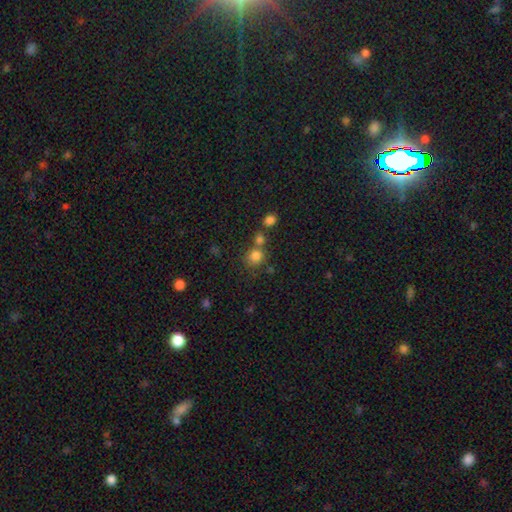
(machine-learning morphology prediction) A smooth galaxy with no disk features (80%) that is round (84%).

Vote fractions:
- Smooth or featured? smooth: 80% / star or artifact: 14% / featured or disk: 7%
- How rounded? round: 84% / in between: 15% / cigar-shaped: 1%
- Merging? none: 60% / merger: 26% / minor disturbance: 10% / major disturbance: 4%